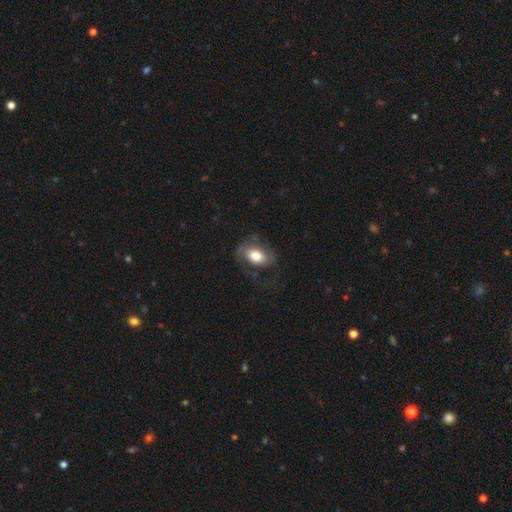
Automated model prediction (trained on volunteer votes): This appears to be a smooth galaxy with no disk features (64%) that is in between round and cigar-shaped (84%). Merging: none (54%).